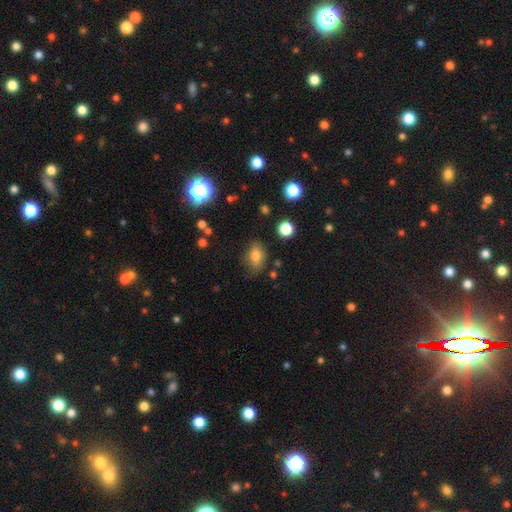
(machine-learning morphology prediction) Smooth or featured? Predicted: smooth (p=0.80). How rounded? Predicted: in between (p=0.82). Merging? Predicted: none (p=0.70).